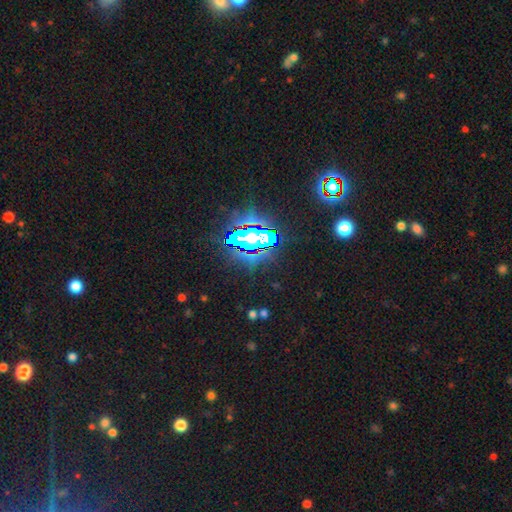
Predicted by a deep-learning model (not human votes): The model was most divided on "smooth or featured": star or artifact: 84%, smooth: 9%, featured or disk: 7%.